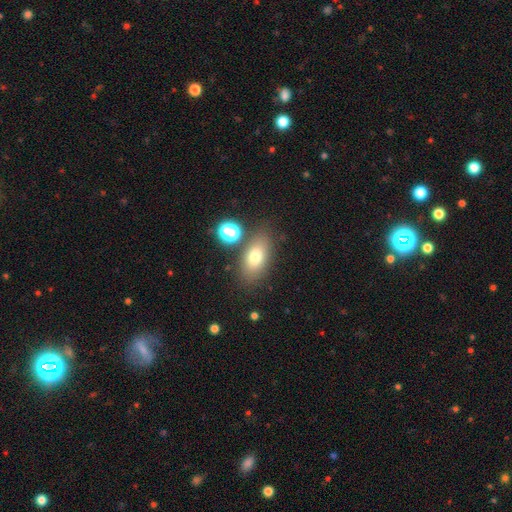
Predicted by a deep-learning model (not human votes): smooth_or_featured: smooth (p=0.72) [alt: featured or disk p=0.15]
how_rounded: in between (p=0.84) [alt: round p=0.11]
merging: none (p=0.77) [alt: minor disturbance p=0.11]